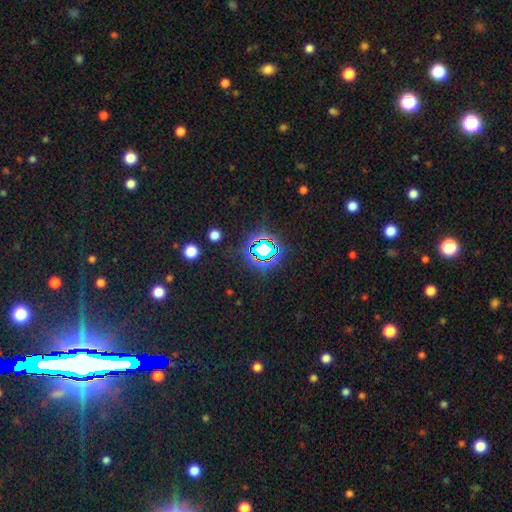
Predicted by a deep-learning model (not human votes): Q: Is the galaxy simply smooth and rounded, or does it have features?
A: star or artifact — 76%.